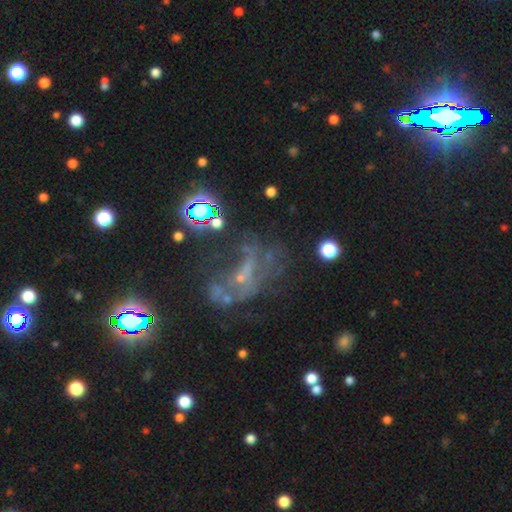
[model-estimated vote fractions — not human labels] This is marginally a featured or disk galaxy (42%, tied with star or artifact). Merging: marginally none (36%).